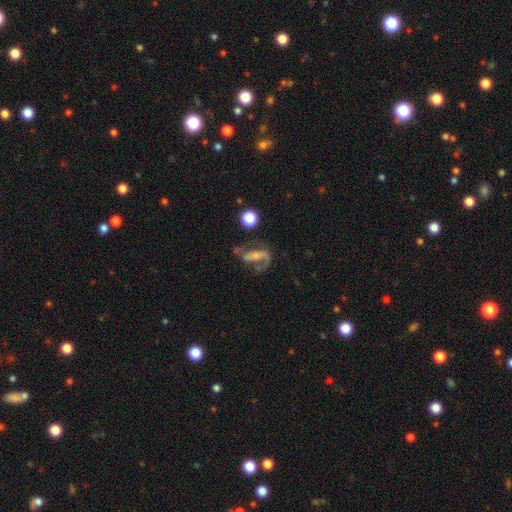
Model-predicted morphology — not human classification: Smooth or featured: featured or disk — 74% (smooth — 17%)
Edge-on disk: no — 94% (yes — 6%)
Bar: strong — 41% (weak — 31%)
Spiral arms: yes — 86% (no — 14%)
Spiral winding: loose — 53% (medium — 36%)
Spiral arm count: 2 — 69% (1 — 24%)
Bulge size: small — 51% (moderate — 28%)
Merging: none — 42% (major disturbance — 31%)